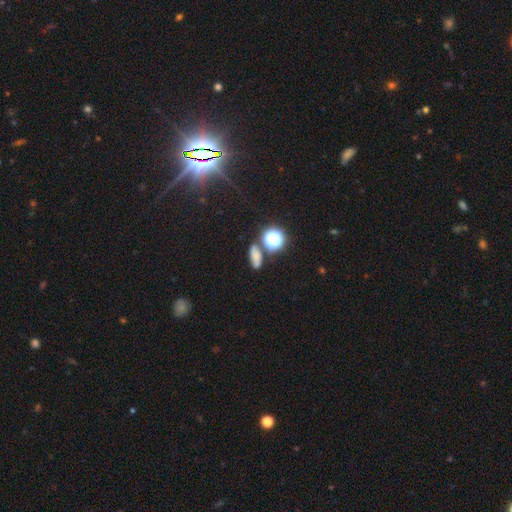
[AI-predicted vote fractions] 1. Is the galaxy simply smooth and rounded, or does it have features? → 63% smooth, 25% star or artifact, 12% featured or disk.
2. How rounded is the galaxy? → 64% in between, 24% round, 12% cigar-shaped.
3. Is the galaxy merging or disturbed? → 63% none, 16% minor disturbance, 15% merger, 7% major disturbance.